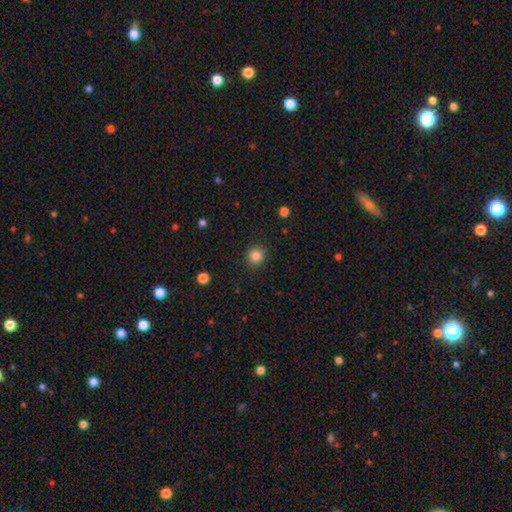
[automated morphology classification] Smooth or featured? Predicted: smooth (p=0.85). How rounded? Predicted: round (p=0.90). Merging? Predicted: none (p=0.89).